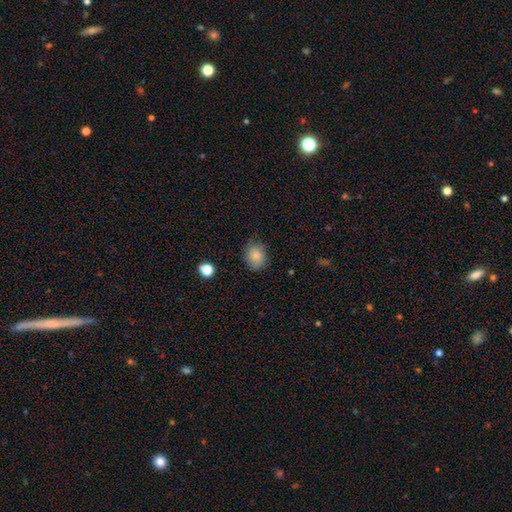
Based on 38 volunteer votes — Smooth or featured? 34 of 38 (89%) said smooth. How rounded? 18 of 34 (53%) said in between. Merging? 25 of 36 (69%) said none.